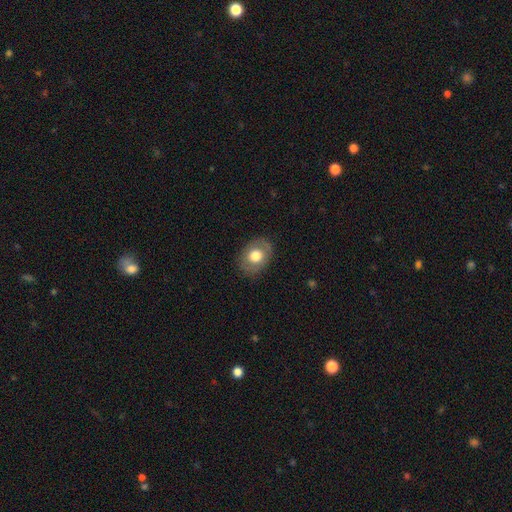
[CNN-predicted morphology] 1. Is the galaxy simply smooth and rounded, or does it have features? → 64% smooth, 29% featured or disk, 7% star or artifact.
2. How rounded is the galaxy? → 63% in between, 36% round, 1% cigar-shaped.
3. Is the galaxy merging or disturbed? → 81% none, 14% minor disturbance, 4% major disturbance, 1% merger.